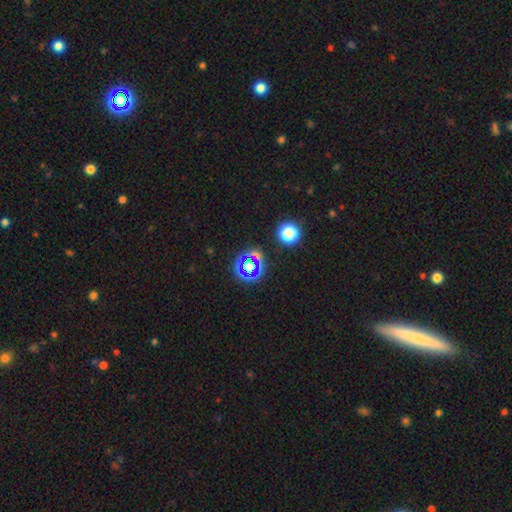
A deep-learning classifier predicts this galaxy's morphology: smooth-or-featured: star or artifact: 62% | smooth: 26% | featured or disk: 12%